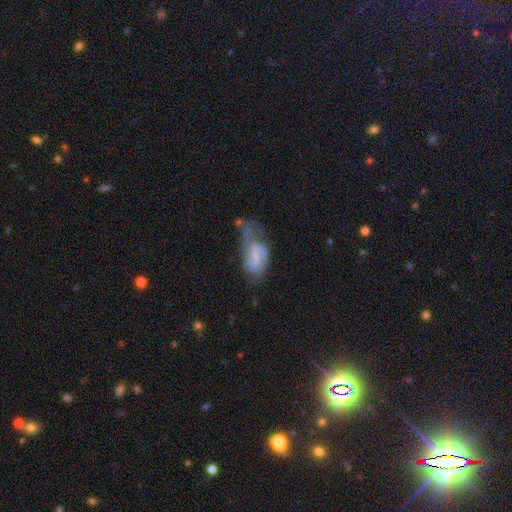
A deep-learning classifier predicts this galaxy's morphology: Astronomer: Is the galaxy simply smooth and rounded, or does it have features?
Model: featured or disk — 75%.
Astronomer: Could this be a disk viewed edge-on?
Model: no — 97%.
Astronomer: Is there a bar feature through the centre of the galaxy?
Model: weak — 51% (runner-up: strong, 27%).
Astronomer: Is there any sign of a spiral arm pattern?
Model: yes — 90%.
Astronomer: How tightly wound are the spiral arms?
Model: medium — 46% (runner-up: loose, 33%).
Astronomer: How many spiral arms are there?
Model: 2 — 77%.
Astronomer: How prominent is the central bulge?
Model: small — 43% (runner-up: none, 39%).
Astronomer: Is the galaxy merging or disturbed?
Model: none — 34% (runner-up: major disturbance, 30%).